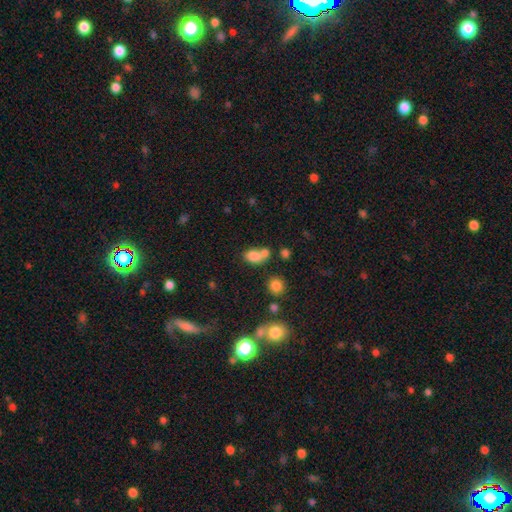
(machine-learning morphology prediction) smooth-or-featured: smooth: 77% | star or artifact: 12% | featured or disk: 10%
  how-rounded: in between: 75% | round: 23% | cigar-shaped: 2%
  merging: merger: 50% | none: 32% | minor disturbance: 11% | major disturbance: 6%